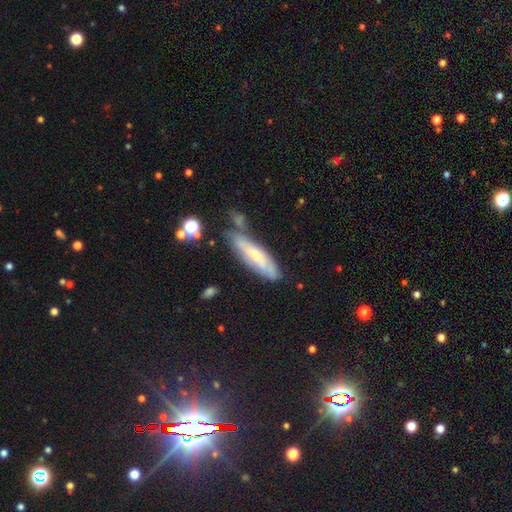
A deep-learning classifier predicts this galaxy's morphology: smooth 48%, featured or disk 44%, star or artifact 8%. Down the decision tree: merging — none (58%).